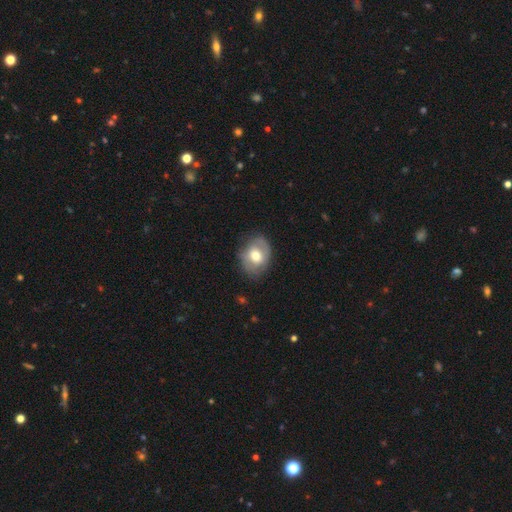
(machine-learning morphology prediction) The model was most divided on "how rounded": in between: 58%, round: 41%, cigar-shaped: 1%. More confident: merging — none (71%); smooth or featured — smooth (56%).